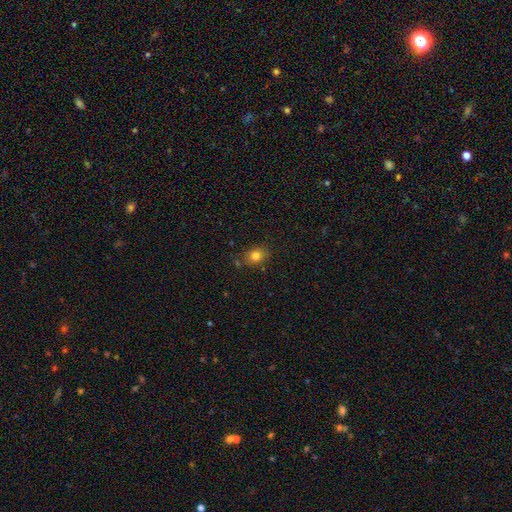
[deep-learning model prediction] Overall: smooth (80%). How rounded: round (56%; in between 42%). Merging: none (79%).